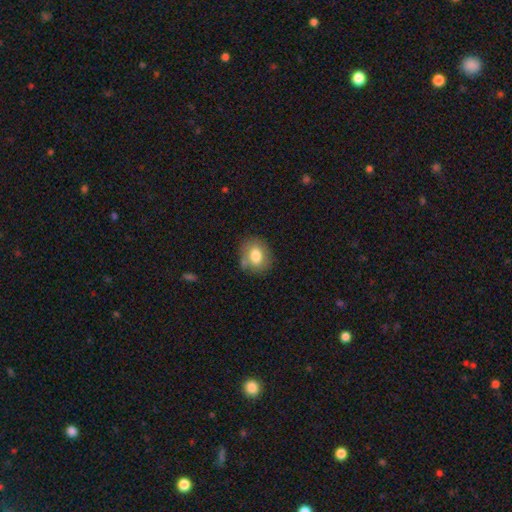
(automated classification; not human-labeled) smooth_or_featured: smooth (p=0.77) [alt: featured or disk p=0.15]
how_rounded: round (p=0.50) [alt: in between p=0.49]
merging: none (p=0.69) [alt: minor disturbance p=0.18]